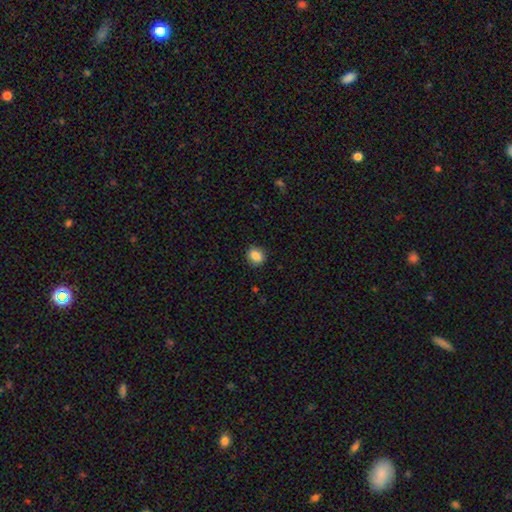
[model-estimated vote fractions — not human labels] The model was most divided on "how rounded": round: 62%, in between: 37%, cigar-shaped: 1%. More confident: merging — none (89%); smooth or featured — smooth (86%).